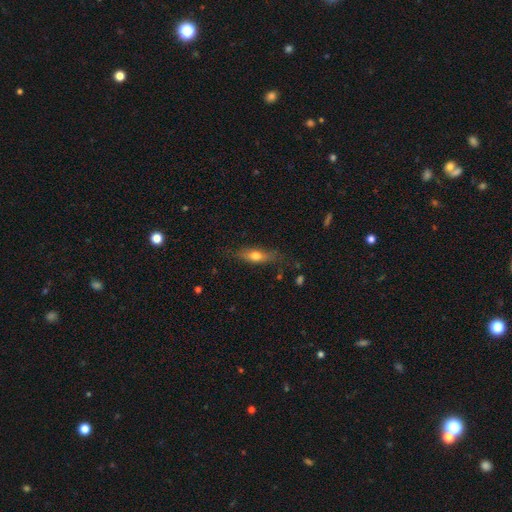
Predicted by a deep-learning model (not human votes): smooth 62%, featured or disk 31%, star or artifact 7%. Down the decision tree: how rounded — in between (52%); merging — none (74%).